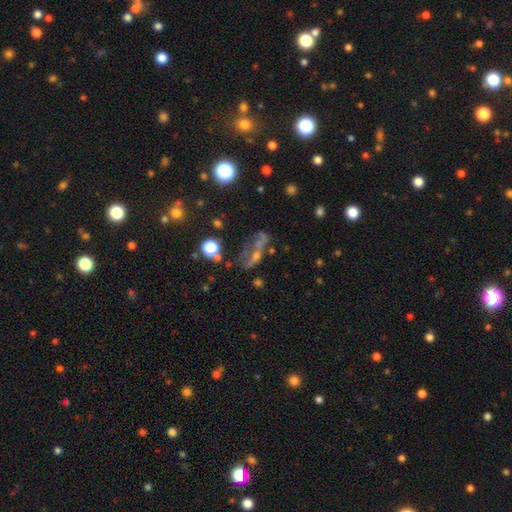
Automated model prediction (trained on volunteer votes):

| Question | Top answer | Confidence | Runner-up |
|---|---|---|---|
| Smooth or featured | featured or disk | 42% | star or artifact (29%) |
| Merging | none | 36% | major disturbance (29%) |